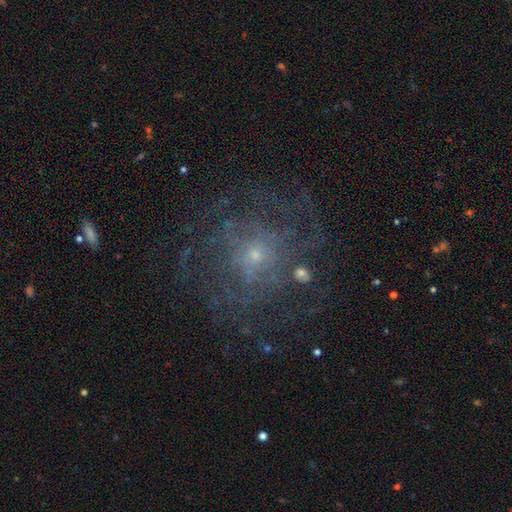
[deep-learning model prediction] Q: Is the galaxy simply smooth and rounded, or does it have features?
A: featured or disk — 67%.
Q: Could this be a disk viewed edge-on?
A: no — 97%.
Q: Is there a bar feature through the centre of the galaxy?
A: no — 80%.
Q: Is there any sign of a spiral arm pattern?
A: yes — 68%.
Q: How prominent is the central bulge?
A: small — 76%.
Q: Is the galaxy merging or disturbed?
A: none — 71%.